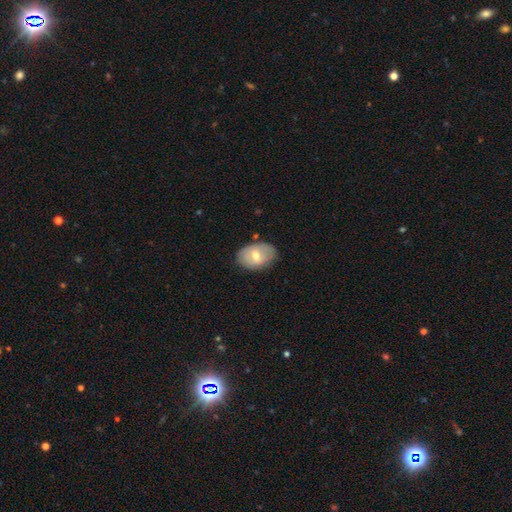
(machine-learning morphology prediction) The model was most divided on "smooth or featured": smooth: 60%, featured or disk: 34%, star or artifact: 6%. More confident: how rounded — in between (84%); merging — none (77%).